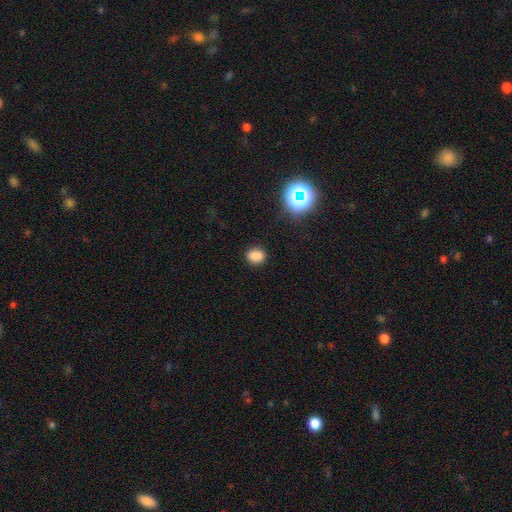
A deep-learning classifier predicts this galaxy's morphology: The model was most divided on "how rounded": in between: 55%, round: 44%, cigar-shaped: 1%. More confident: merging — none (85%); smooth or featured — smooth (79%).